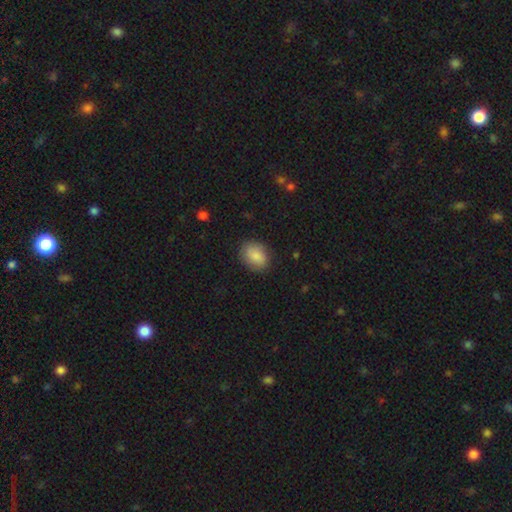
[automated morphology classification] Smooth or featured?
  - smooth: 84% *
  - featured or disk: 9%
  - star or artifact: 7%
How rounded?
  - in between: 69% *
  - round: 30%
  - cigar-shaped: 1%
Merging?
  - none: 84% *
  - minor disturbance: 12%
  - major disturbance: 3%
  - merger: 1%